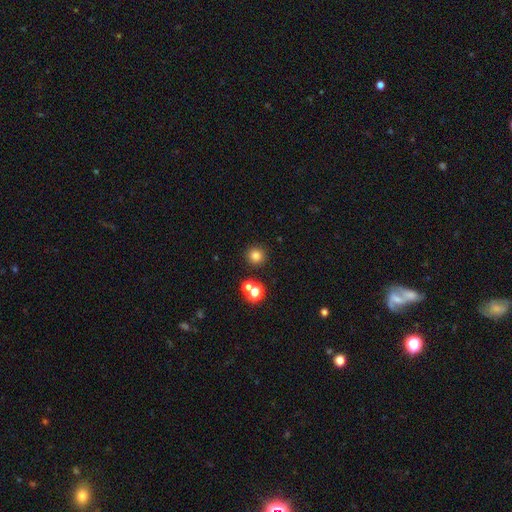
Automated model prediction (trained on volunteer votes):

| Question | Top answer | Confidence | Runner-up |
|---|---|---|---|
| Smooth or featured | smooth | 78% | star or artifact (16%) |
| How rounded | round | 94% | in between (5%) |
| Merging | none | 84% | merger (7%) |